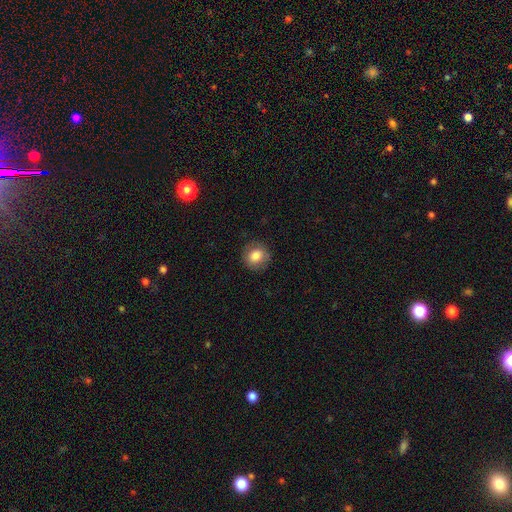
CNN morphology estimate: A smooth galaxy with no disk features (80%) that is round (86%). Merging: none (86%).